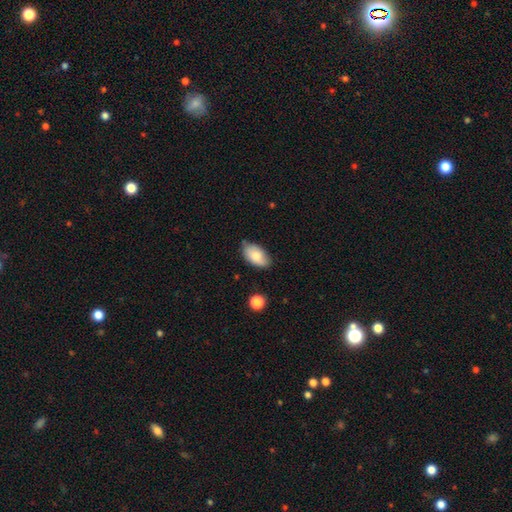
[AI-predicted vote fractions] Morphology: type=smooth (78%); roundness=in between (94%); merging=none (70%).